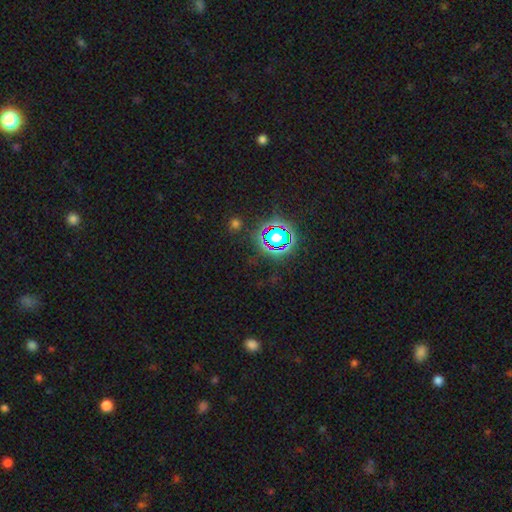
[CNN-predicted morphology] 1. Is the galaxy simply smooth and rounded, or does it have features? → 77% star or artifact, 15% smooth, 8% featured or disk.